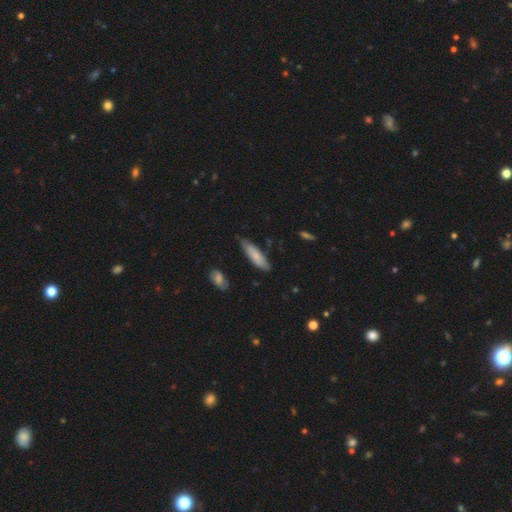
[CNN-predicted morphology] type=smooth (70%); roundness=cigar-shaped (57%); merging=none (70%).